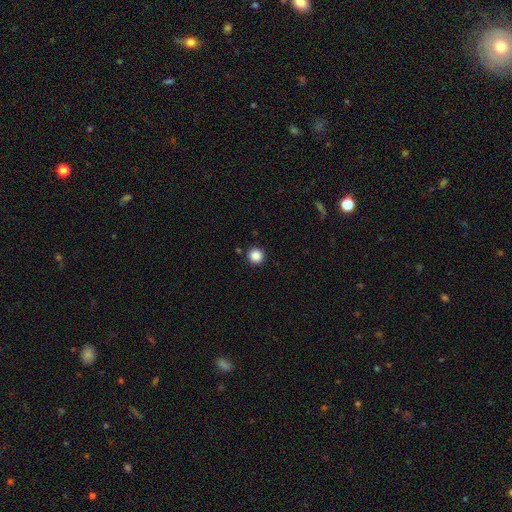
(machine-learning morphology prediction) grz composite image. It shows a smooth galaxy with no disk features (87%) that is round (96%). Merging: none (92%).